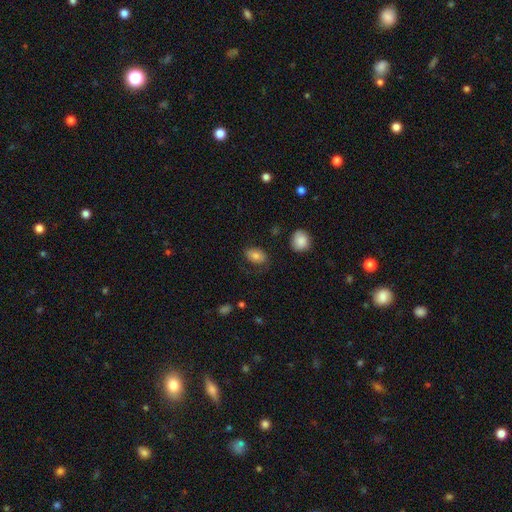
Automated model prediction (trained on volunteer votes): smooth-or-featured: smooth: 79% | featured or disk: 12% | star or artifact: 9%
  how-rounded: in between: 85% | round: 14% | cigar-shaped: 1%
  merging: none: 71% | minor disturbance: 20% | major disturbance: 8% | merger: 2%